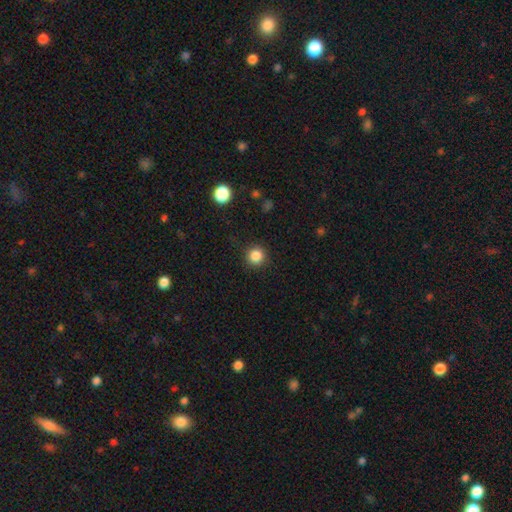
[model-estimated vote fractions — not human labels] Q: Smooth or featured?
A: smooth (85%); runner-up: star or artifact (12%)
Q: How rounded?
A: round (94%); runner-up: in between (5%)
Q: Merging?
A: none (91%); runner-up: minor disturbance (6%)